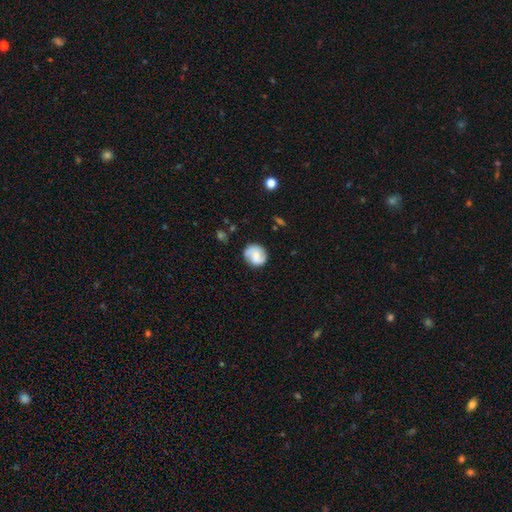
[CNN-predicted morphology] type=featured or disk (52%); edge-on=no (98%); bar=no (55%); spiral arms=yes (87%); bulge=moderate (40%); merging=none (73%).